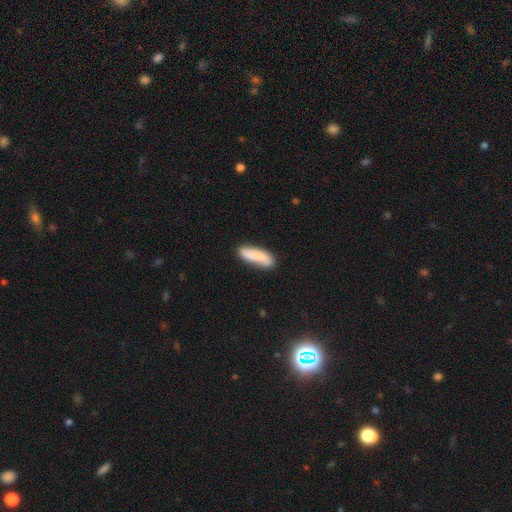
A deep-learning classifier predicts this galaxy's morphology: Overall: smooth (76%). How rounded: cigar-shaped (59%; in between 39%). Merging: none (73%).